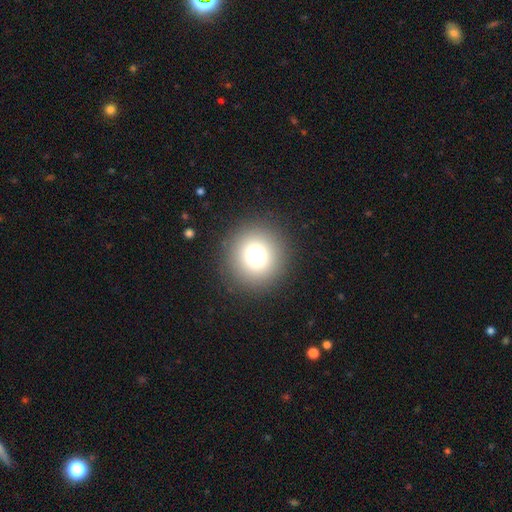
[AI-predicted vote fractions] Smooth or featured? smooth (78%)
How rounded? round (92%)
Merging? none (91%)